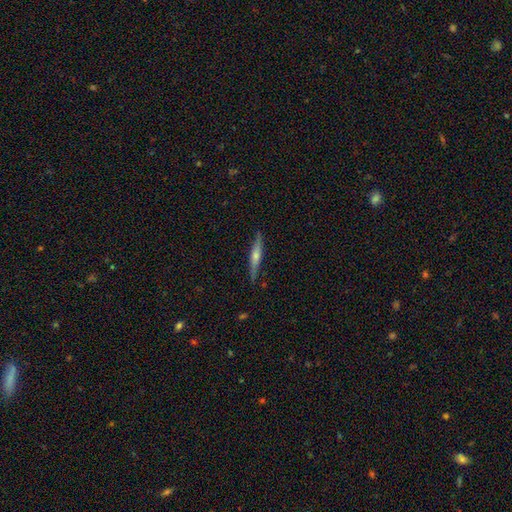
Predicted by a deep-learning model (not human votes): Smooth or featured: featured or disk — 59% (smooth — 35%)
Edge-on disk: yes — 95% (no — 5%)
Edge-on bulge: rounded — 72% (none — 15%)
Merging: none — 85% (minor disturbance — 11%)